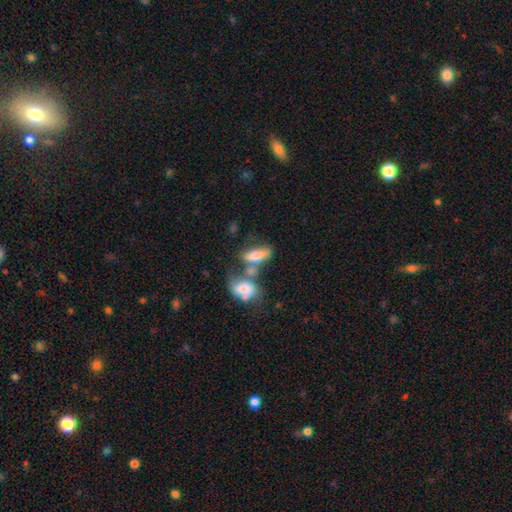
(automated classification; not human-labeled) Smooth or featured? Predicted: smooth (p=0.66). How rounded? Predicted: in between (p=0.73). Merging? Predicted: merger (p=0.43).